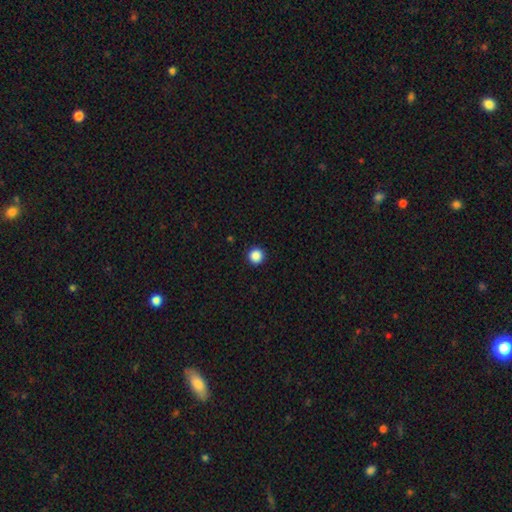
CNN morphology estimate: A smooth galaxy with no disk features (88%) that is round (96%). Merging: none (93%).